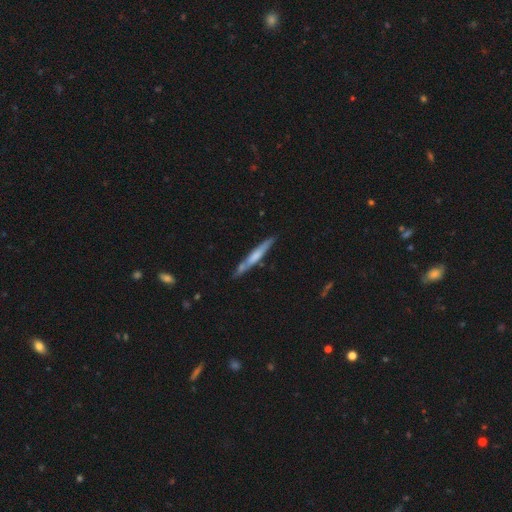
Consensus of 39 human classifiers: A smooth galaxy with no disk features (54%) that is cigar-shaped (100%). Merging: none (73%).